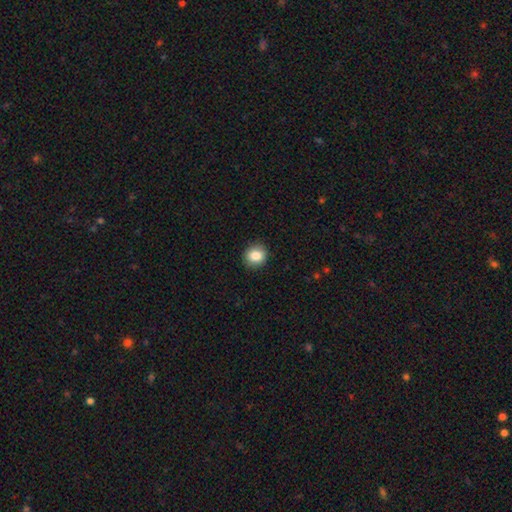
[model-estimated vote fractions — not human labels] Smooth or featured? smooth (85%)
How rounded? round (83%)
Merging? none (91%)